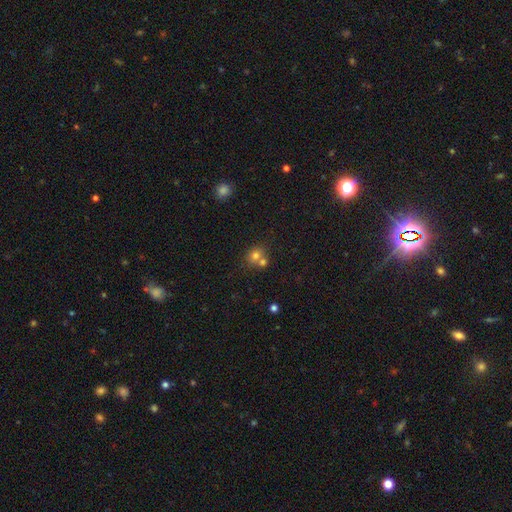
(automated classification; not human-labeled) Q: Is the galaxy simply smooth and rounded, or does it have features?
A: smooth — 72%.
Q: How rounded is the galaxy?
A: round — 78%.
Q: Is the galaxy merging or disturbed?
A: none — 45%, tied with merger.